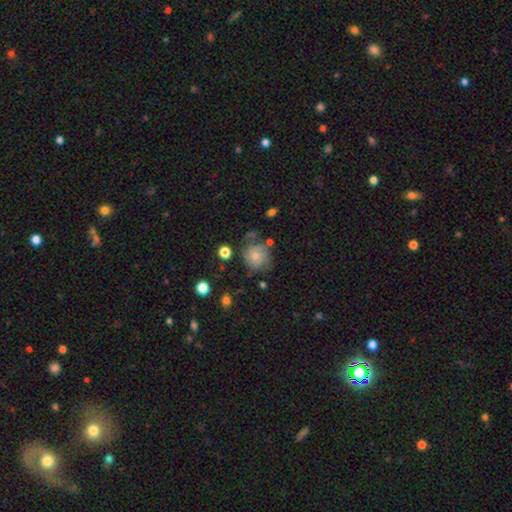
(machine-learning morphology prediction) smooth 54%, featured or disk 36%, star or artifact 10%. Down the decision tree: how rounded — round (84%); merging — none (59%).